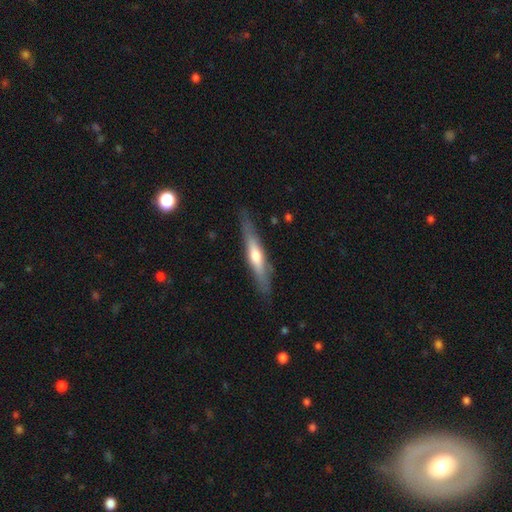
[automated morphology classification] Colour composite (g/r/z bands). It shows a featured or disk galaxy (52%) viewed edge-on (91%). Merging: none (84%).